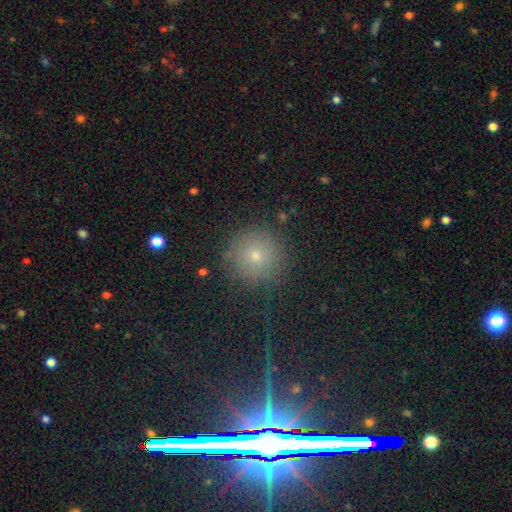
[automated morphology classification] smooth_or_featured: smooth (p=0.71) [alt: star or artifact p=0.18]
how_rounded: round (p=0.95) [alt: in between p=0.04]
merging: none (p=0.87) [alt: minor disturbance p=0.09]